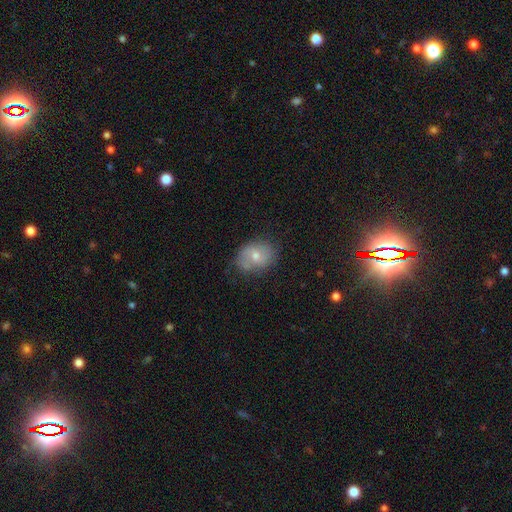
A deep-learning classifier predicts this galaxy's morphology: type=smooth (46%); merging=none (71%).